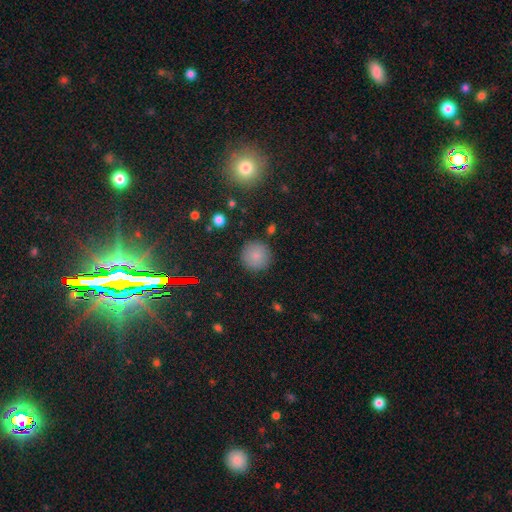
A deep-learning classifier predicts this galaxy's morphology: This is clearly a smooth galaxy (83%). How rounded: clearly round (95%). Merging: clearly none (89%).